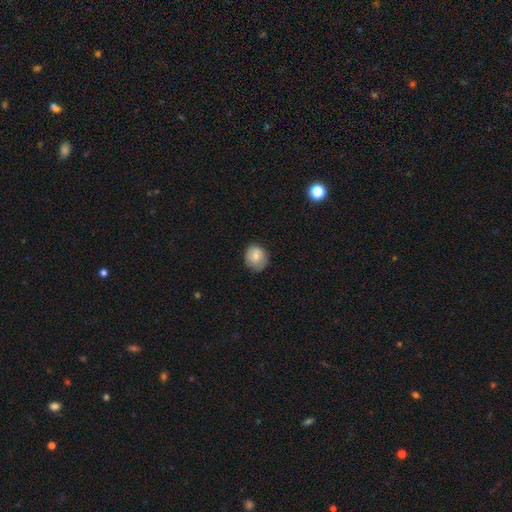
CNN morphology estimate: Q: Smooth or featured?
A: smooth (72%); runner-up: featured or disk (21%)
Q: How rounded?
A: round (80%); runner-up: in between (19%)
Q: Merging?
A: none (71%); runner-up: minor disturbance (23%)